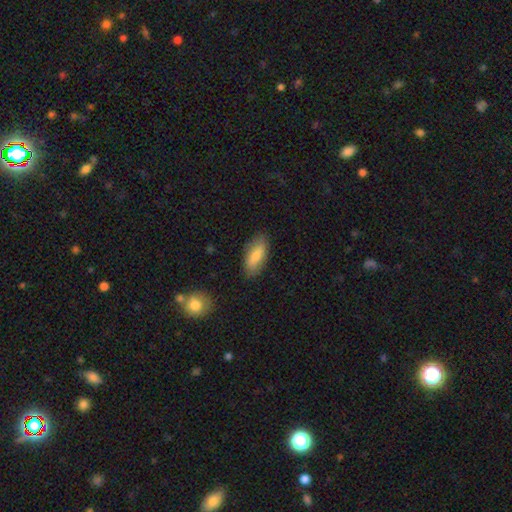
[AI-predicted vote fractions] Q: Smooth or featured?
A: smooth (77%); runner-up: featured or disk (17%)
Q: How rounded?
A: in between (81%); runner-up: cigar-shaped (16%)
Q: Merging?
A: none (81%); runner-up: minor disturbance (15%)